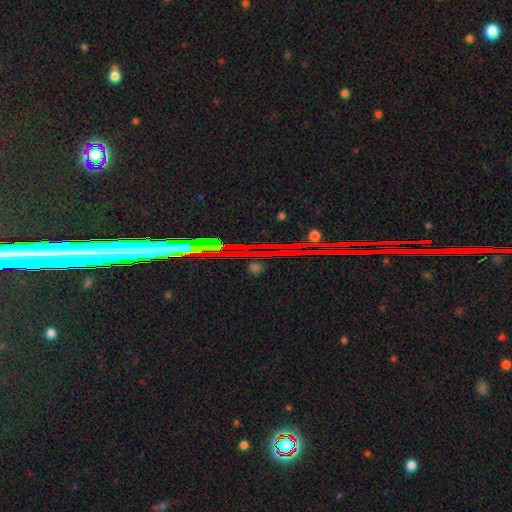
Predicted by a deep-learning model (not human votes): Morphology: type=star or artifact (71%).